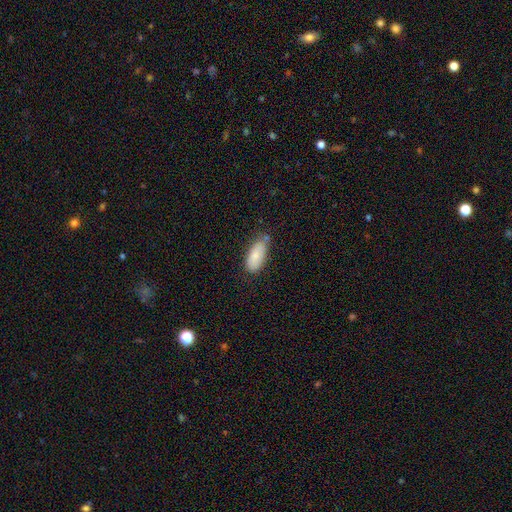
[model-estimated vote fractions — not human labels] This is clearly a smooth galaxy (84%). How rounded: clearly in between (88%). Merging: likely none (60%).